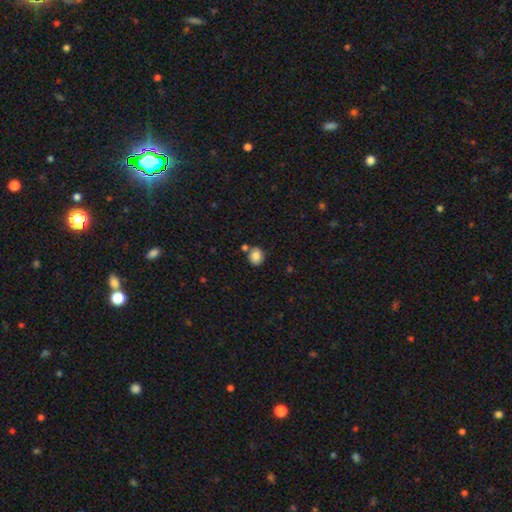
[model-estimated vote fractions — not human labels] A smooth galaxy with no disk features (83%) that is round (77%). Merging: none (72%).